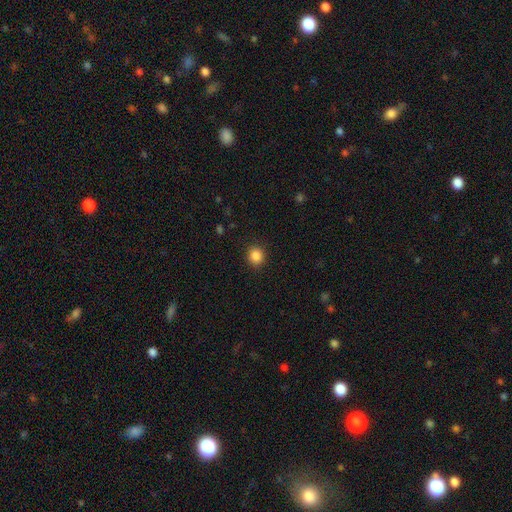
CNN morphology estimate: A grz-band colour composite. It shows a smooth galaxy with no disk features (86%) that is round (84%). Merging: none (90%).